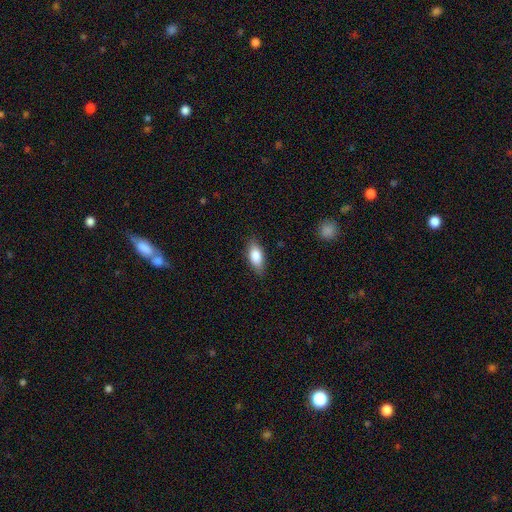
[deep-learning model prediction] Smooth or featured? Predicted: smooth (p=0.81). How rounded? Predicted: in between (p=0.83). Merging? Predicted: none (p=0.82).